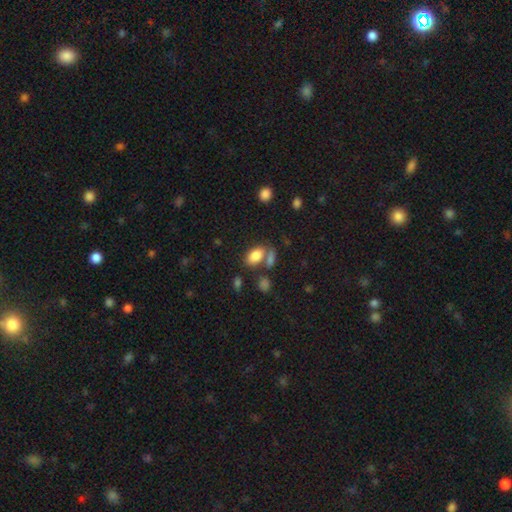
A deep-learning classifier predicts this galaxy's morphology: The model was most divided on "merging": none: 54%, merger: 27%, minor disturbance: 13%, major disturbance: 6%. More confident: how rounded — in between (90%); smooth or featured — smooth (83%).